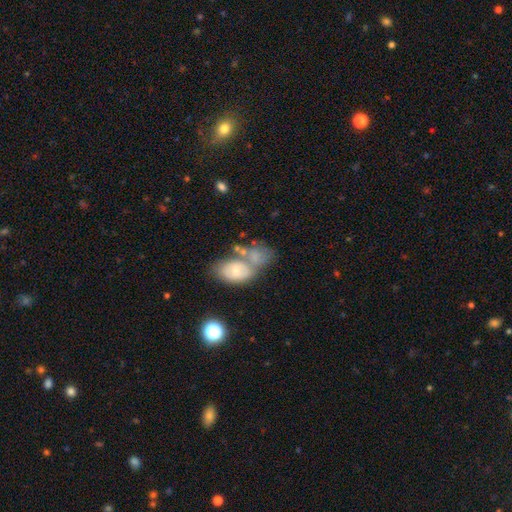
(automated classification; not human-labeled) A smooth galaxy with no disk features (59%) that is in between round and cigar-shaped (80%). Merging: merger (54%).